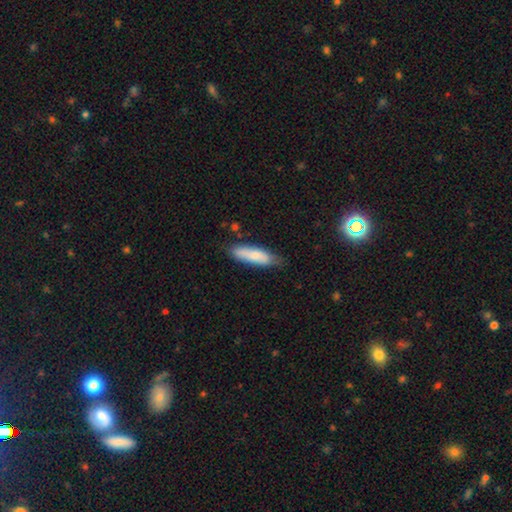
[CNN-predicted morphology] smooth 75%, featured or disk 19%, star or artifact 6%. Down the decision tree: how rounded — cigar-shaped (52%); merging — none (71%).